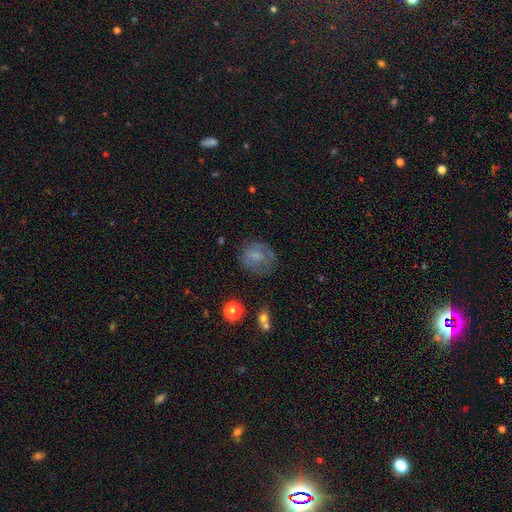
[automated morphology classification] smooth_or_featured: smooth (p=0.55) [alt: featured or disk p=0.33]
how_rounded: round (p=0.71) [alt: in between p=0.28]
merging: none (p=0.59) [alt: minor disturbance p=0.23]